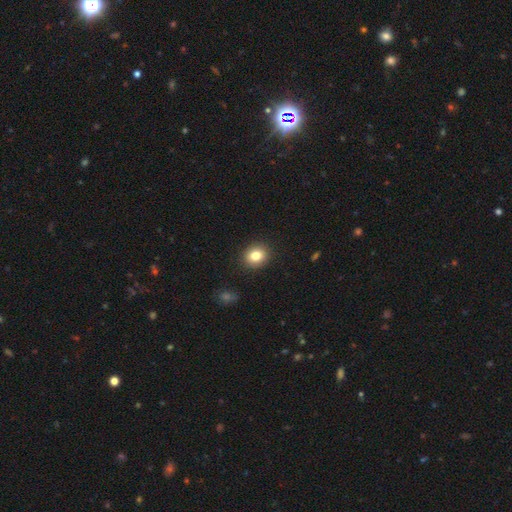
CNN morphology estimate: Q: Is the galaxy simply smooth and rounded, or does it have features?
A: smooth — 82%.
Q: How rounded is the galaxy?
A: round — 67%.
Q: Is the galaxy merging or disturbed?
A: none — 90%.